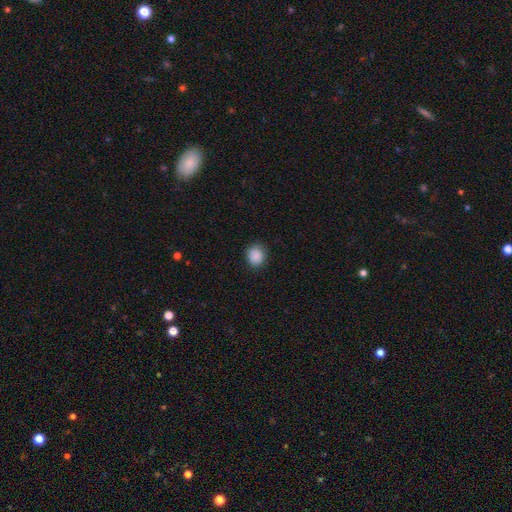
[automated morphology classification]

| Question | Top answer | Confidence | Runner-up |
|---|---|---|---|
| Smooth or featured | smooth | 89% | star or artifact (8%) |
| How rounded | round | 82% | in between (18%) |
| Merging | none | 86% | minor disturbance (10%) |